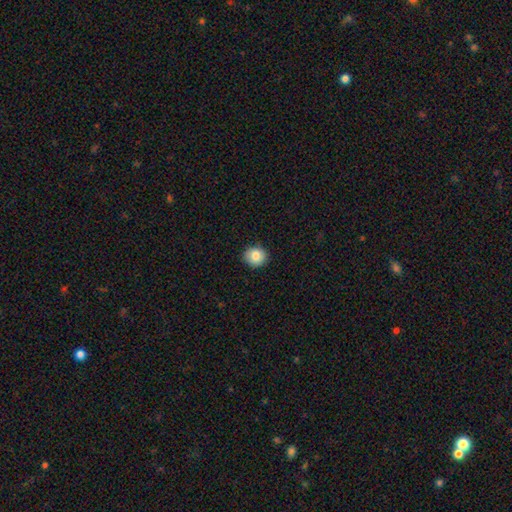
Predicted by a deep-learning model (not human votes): Overall: smooth (84%). How rounded: round (86%). Merging: none (90%).